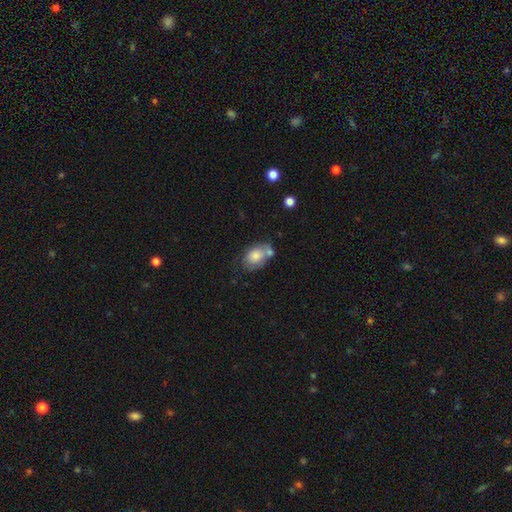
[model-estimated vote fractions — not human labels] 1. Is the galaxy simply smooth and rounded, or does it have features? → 76% smooth, 16% featured or disk, 8% star or artifact.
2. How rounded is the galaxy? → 81% in between, 18% round, 1% cigar-shaped.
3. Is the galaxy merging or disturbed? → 42% none, 28% merger, 22% minor disturbance, 8% major disturbance.